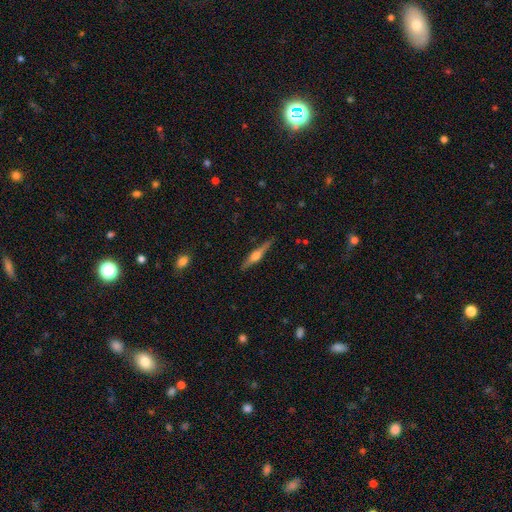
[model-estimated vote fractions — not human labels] Morphology: type=featured or disk (70%); edge-on=yes (97%); edge-on bulge=rounded (89%); merging=none (88%).